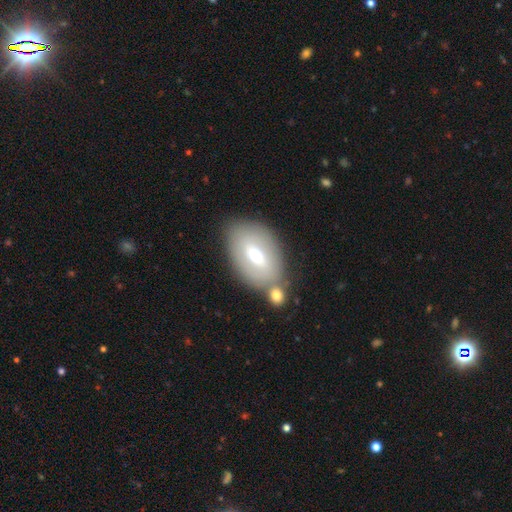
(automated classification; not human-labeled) smooth 48%, featured or disk 44%, star or artifact 7%. Down the decision tree: merging — none (65%).